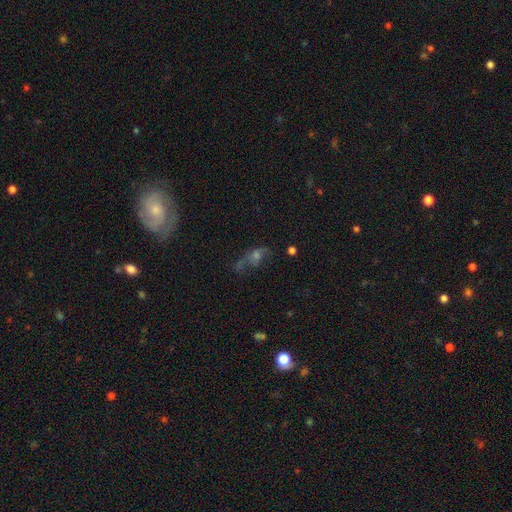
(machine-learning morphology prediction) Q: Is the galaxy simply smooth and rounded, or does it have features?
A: featured or disk — 45%.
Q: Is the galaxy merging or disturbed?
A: none — 45%.